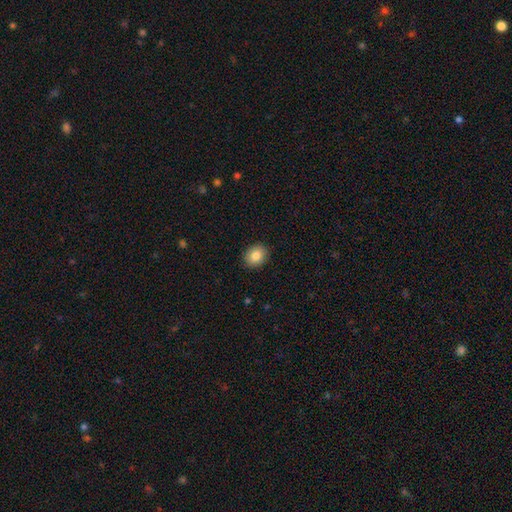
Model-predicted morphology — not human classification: Smooth or featured: smooth — 84% (star or artifact — 8%)
How rounded: round — 52% (in between — 47%)
Merging: none — 90% (minor disturbance — 7%)